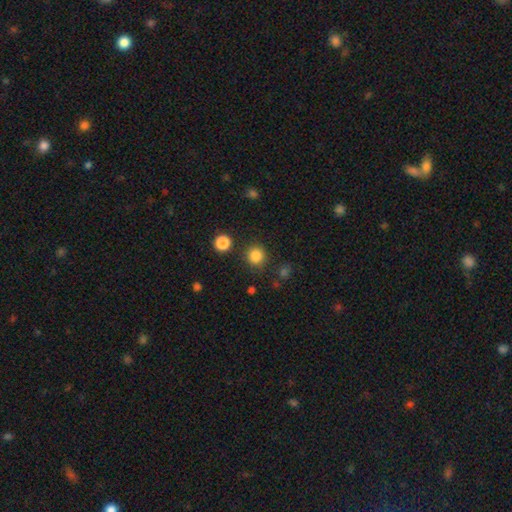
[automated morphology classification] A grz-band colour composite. It shows a smooth galaxy with no disk features (84%) that is round (92%). Merging: none (86%).